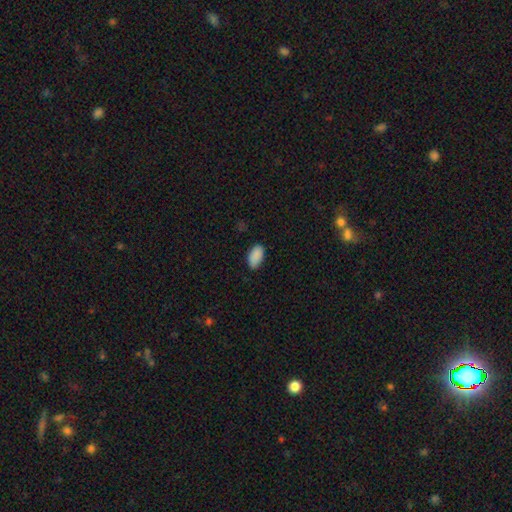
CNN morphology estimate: Smooth or featured? smooth (89%)
How rounded? in between (94%)
Merging? none (83%)